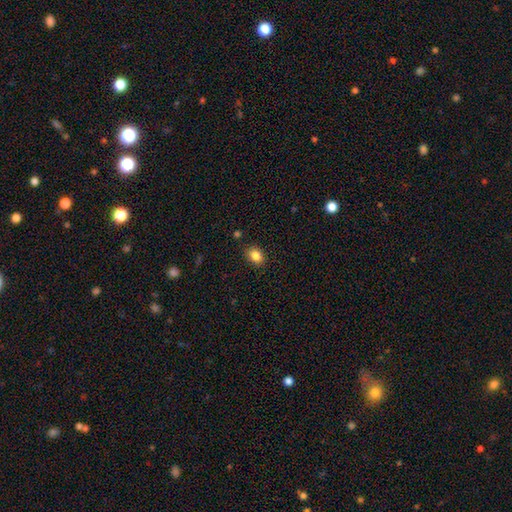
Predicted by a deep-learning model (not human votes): Smooth or featured? smooth (85%)
How rounded? in between (65%)
Merging? none (87%)